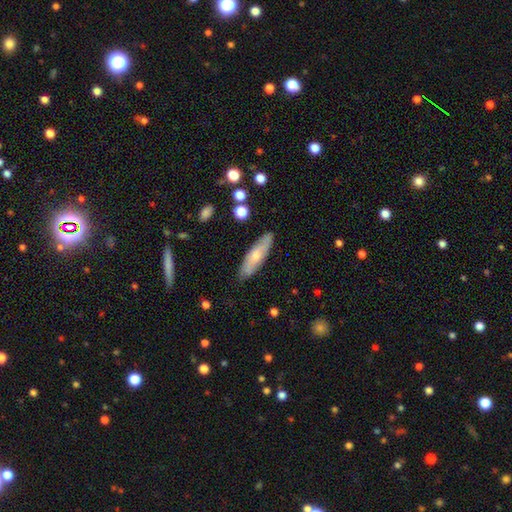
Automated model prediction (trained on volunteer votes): smooth-or-featured: smooth: 60% | featured or disk: 34% | star or artifact: 6%
  how-rounded: cigar-shaped: 63% | in between: 35% | round: 2%
  merging: none: 84% | minor disturbance: 12% | major disturbance: 2% | merger: 1%